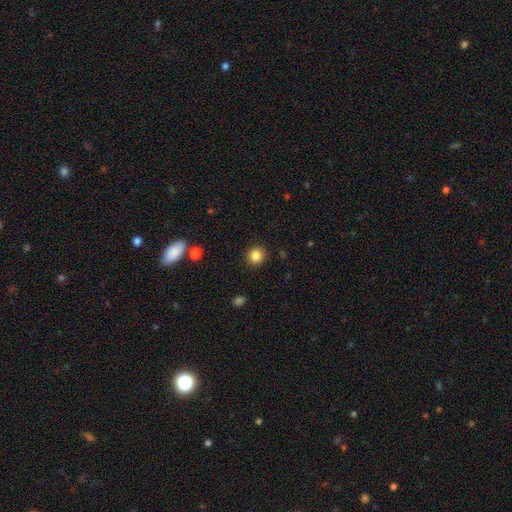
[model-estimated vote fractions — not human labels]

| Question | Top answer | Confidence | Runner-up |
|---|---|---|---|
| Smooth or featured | smooth | 85% | star or artifact (11%) |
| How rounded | round | 93% | in between (6%) |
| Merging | none | 91% | minor disturbance (6%) |